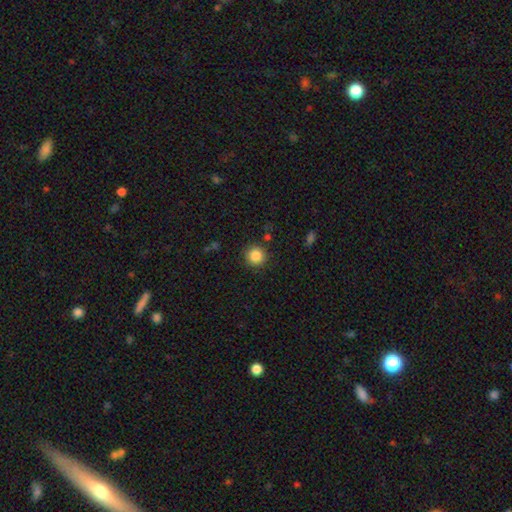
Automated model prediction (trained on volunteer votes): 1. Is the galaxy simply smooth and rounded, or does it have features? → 86% smooth, 10% star or artifact, 4% featured or disk.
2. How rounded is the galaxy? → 94% round, 5% in between, 1% cigar-shaped.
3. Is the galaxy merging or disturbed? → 89% none, 7% minor disturbance, 2% major disturbance, 2% merger.